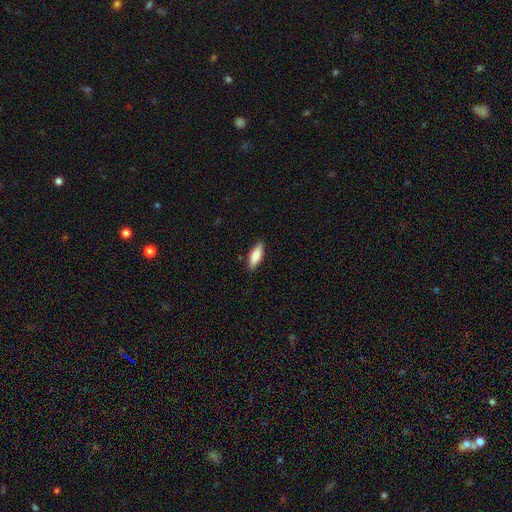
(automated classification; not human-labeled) smooth 80%, featured or disk 15%, star or artifact 6%. Down the decision tree: how rounded — in between (59%); merging — none (87%).